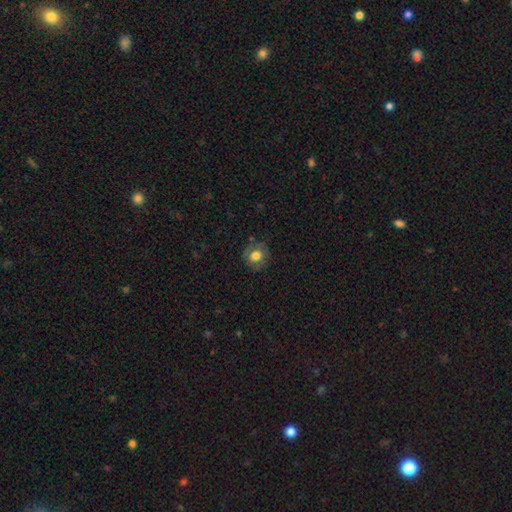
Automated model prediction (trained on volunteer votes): smooth 71%, featured or disk 20%, star or artifact 10%. Down the decision tree: how rounded — round (83%); merging — none (79%).